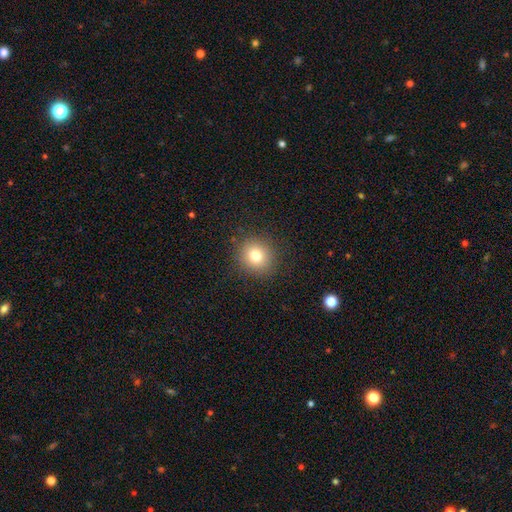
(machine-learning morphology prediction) Smooth or featured? Predicted: smooth (p=0.79). How rounded? Predicted: round (p=0.88). Merging? Predicted: none (p=0.89).